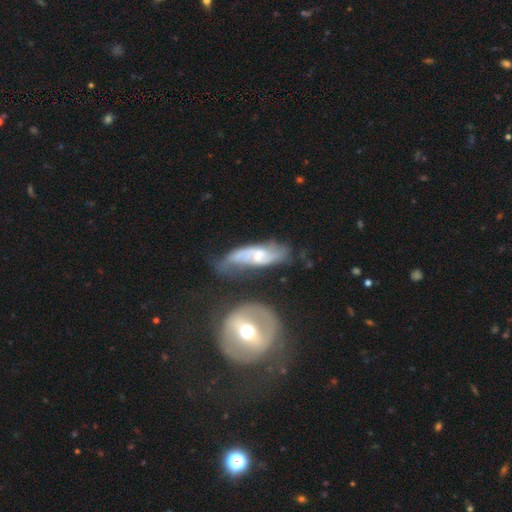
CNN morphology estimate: Smooth or featured? featured or disk (74%)
Edge-on disk? no (85%)
Bar? no (44%)
Spiral arms? yes (86%)
Spiral winding? loose (41%)
Spiral arm count? 2 (78%)
Bulge size? moderate (49%)
Merging? none (49%)